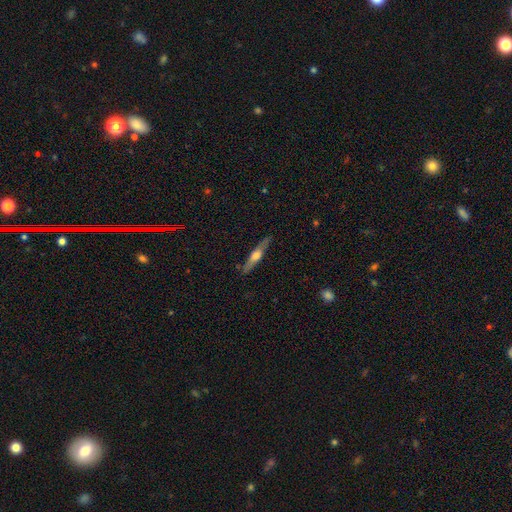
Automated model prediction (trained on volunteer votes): Smooth or featured: featured or disk — 61% (smooth — 33%)
Edge-on disk: yes — 95% (no — 5%)
Edge-on bulge: rounded — 89% (boxy — 6%)
Merging: none — 86% (minor disturbance — 10%)